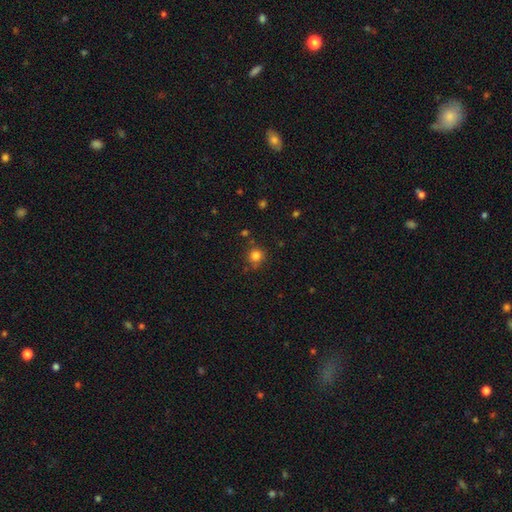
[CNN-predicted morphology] smooth 82%, star or artifact 13%, featured or disk 5%. Down the decision tree: how rounded — round (90%); merging — none (79%).